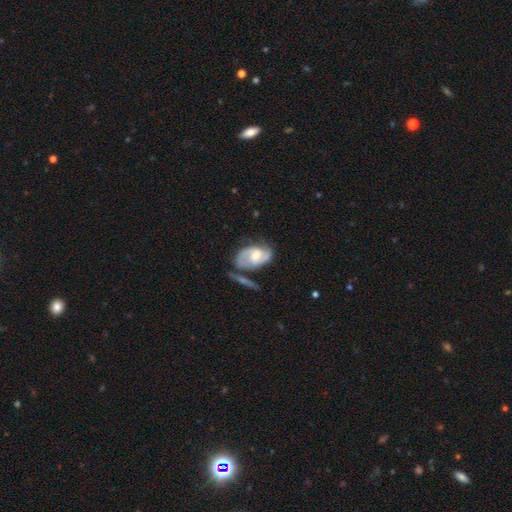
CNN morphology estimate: Overall: featured or disk (71%). Edge-on disk: no (96%). Bar: weak (49%; no 37%). Spiral arms: yes (89%). Spiral arm count: 2 (75%). Spiral winding: medium (47%; tight 33%). Bulge size: moderate (54%; small 29%). Merging: none (47%; minor disturbance 24%).